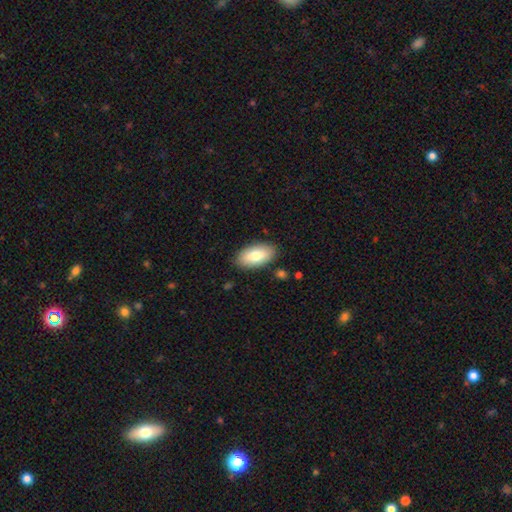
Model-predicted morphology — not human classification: smooth-or-featured: smooth: 78% | featured or disk: 16% | star or artifact: 6%
  how-rounded: in between: 94% | round: 3% | cigar-shaped: 3%
  merging: none: 87% | minor disturbance: 9% | major disturbance: 2% | merger: 2%